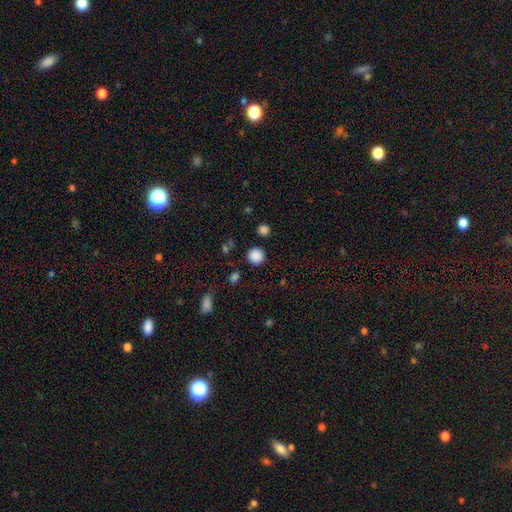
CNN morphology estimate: smooth-or-featured: smooth: 87% | star or artifact: 10% | featured or disk: 3%
  how-rounded: round: 94% | in between: 5% | cigar-shaped: 1%
  merging: none: 89% | minor disturbance: 6% | major disturbance: 3% | merger: 2%